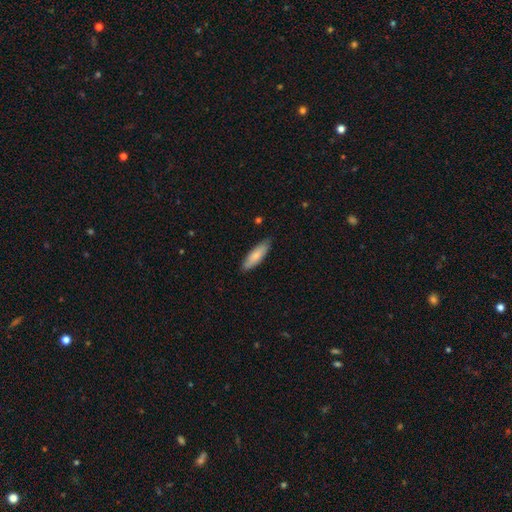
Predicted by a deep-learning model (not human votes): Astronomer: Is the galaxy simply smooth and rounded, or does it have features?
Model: smooth — 78%.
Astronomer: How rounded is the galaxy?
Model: cigar-shaped — 55% (runner-up: in between, 43%).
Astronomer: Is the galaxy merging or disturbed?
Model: none — 82%.